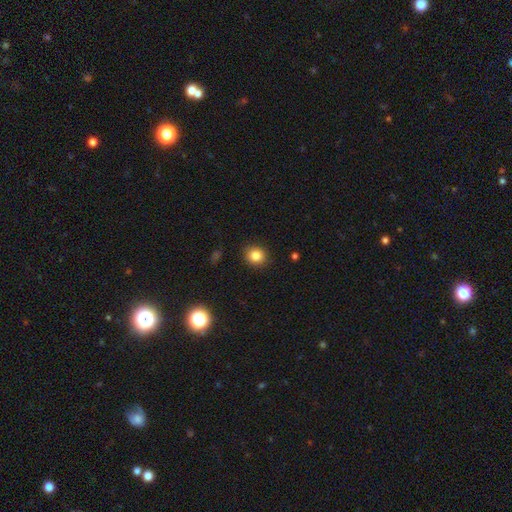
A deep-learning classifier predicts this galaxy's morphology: smooth_or_featured: smooth (p=0.84) [alt: star or artifact p=0.11]
how_rounded: round (p=0.83) [alt: in between p=0.16]
merging: none (p=0.90) [alt: minor disturbance p=0.07]